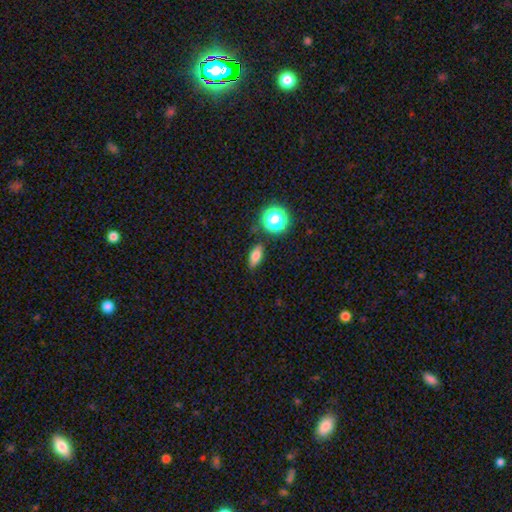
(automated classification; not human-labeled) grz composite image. It shows a smooth galaxy with no disk features (74%) that is in between round and cigar-shaped (73%). Merging: none (82%).